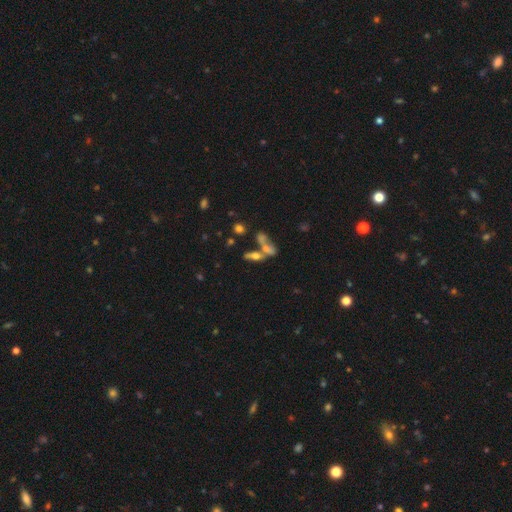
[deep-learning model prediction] This is possibly a smooth galaxy (47%). Merging: marginally merger (44%).